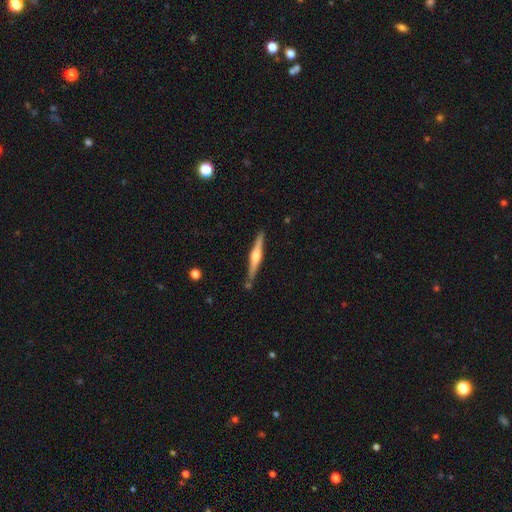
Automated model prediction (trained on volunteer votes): Smooth or featured? Predicted: featured or disk (p=0.72). Edge-on disk? Predicted: yes (p=0.98). Edge-on bulge? Predicted: rounded (p=0.83). Merging? Predicted: none (p=0.84).